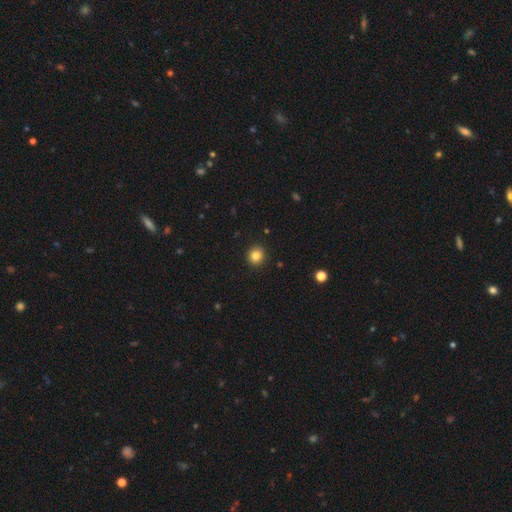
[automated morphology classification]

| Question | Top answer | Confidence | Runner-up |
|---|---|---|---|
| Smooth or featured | smooth | 83% | star or artifact (11%) |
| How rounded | round | 90% | in between (9%) |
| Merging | none | 92% | minor disturbance (5%) |